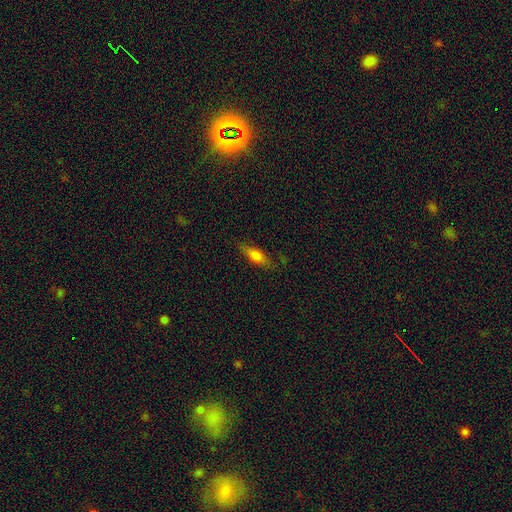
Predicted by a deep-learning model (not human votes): smooth 69%, featured or disk 23%, star or artifact 8%. Down the decision tree: how rounded — in between (57%); merging — none (78%).